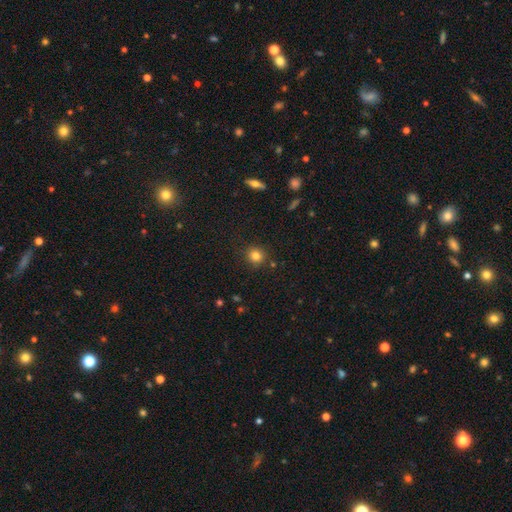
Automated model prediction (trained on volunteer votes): This is clearly a smooth galaxy (81%). How rounded: clearly round (90%). Merging: clearly none (87%).